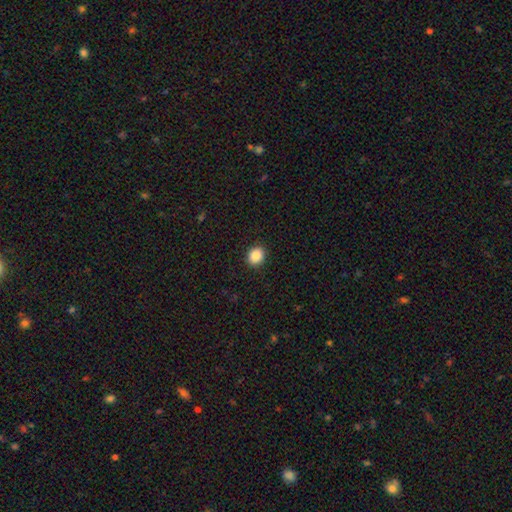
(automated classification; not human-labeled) A smooth galaxy with no disk features (88%) that is round (61%).

Vote fractions:
- Smooth or featured? smooth: 88% / star or artifact: 8% / featured or disk: 3%
- How rounded? round: 61% / in between: 38% / cigar-shaped: 1%
- Merging? none: 91% / minor disturbance: 6% / major disturbance: 2% / merger: 1%